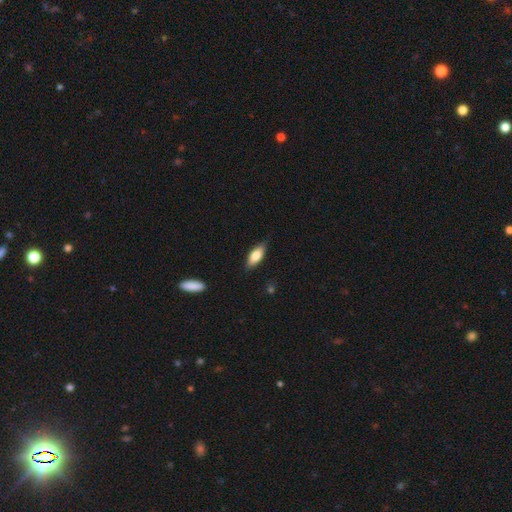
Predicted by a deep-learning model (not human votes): Q: Smooth or featured?
A: smooth (76%); runner-up: featured or disk (18%)
Q: How rounded?
A: in between (76%); runner-up: cigar-shaped (22%)
Q: Merging?
A: none (82%); runner-up: minor disturbance (15%)